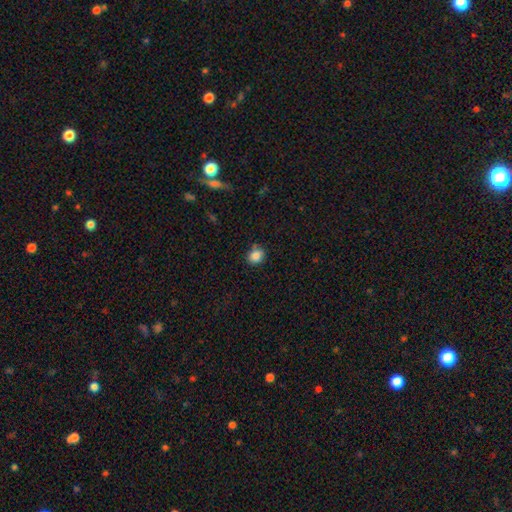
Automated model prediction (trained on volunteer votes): Smooth or featured: smooth — 86% (star or artifact — 10%)
How rounded: round — 71% (in between — 28%)
Merging: none — 79% (minor disturbance — 14%)